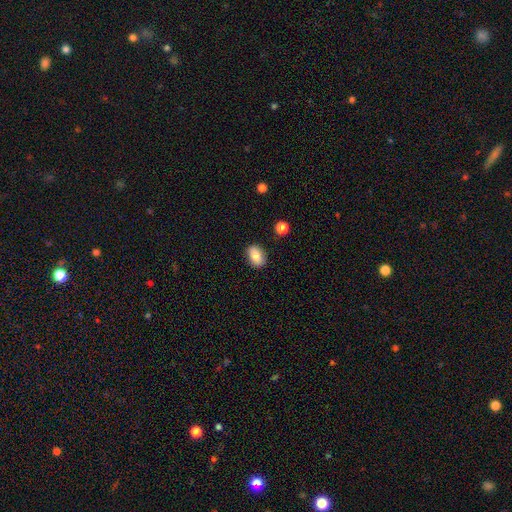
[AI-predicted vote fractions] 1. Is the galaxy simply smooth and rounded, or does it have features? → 82% smooth, 9% featured or disk, 8% star or artifact.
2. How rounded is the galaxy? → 81% in between, 18% round, 2% cigar-shaped.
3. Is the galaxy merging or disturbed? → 87% none, 10% minor disturbance, 2% major disturbance, 2% merger.